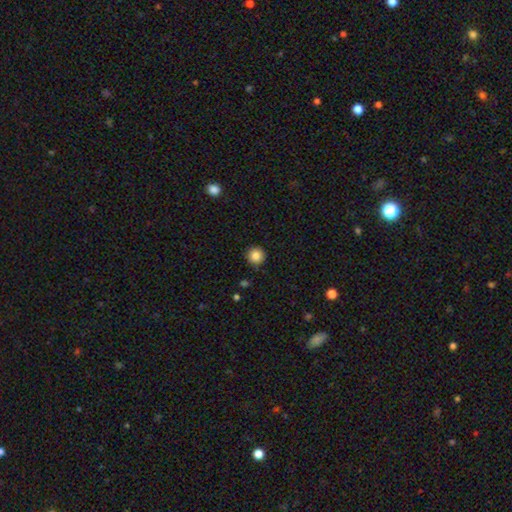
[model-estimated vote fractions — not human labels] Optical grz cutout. It shows a smooth galaxy with no disk features (84%) that is round (96%). Merging: none (90%).